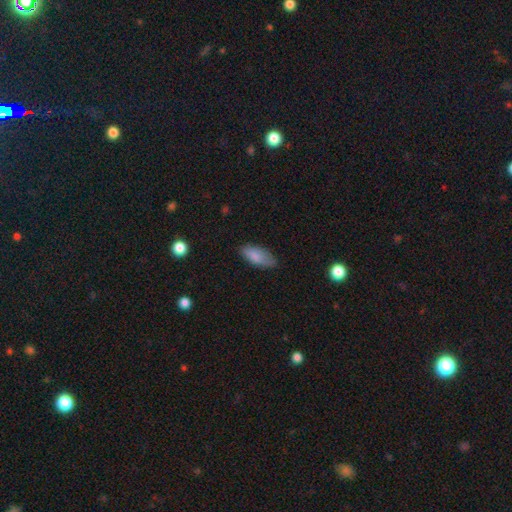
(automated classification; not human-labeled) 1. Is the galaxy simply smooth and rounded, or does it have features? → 83% smooth, 10% featured or disk, 7% star or artifact.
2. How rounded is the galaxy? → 84% in between, 14% cigar-shaped, 2% round.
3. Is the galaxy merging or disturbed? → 72% none, 22% minor disturbance, 4% major disturbance, 1% merger.